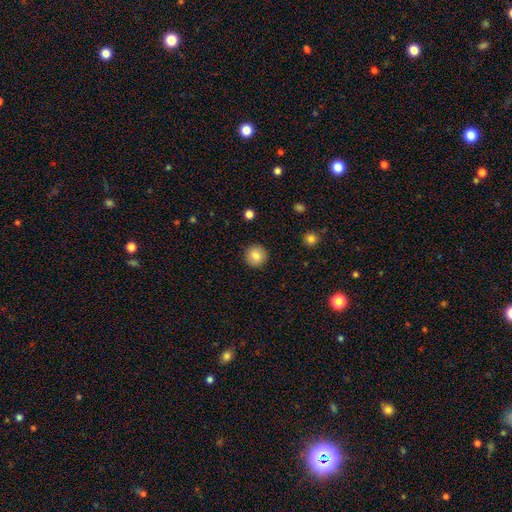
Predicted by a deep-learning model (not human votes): This is clearly a smooth galaxy (84%). How rounded: clearly round (94%). Merging: clearly none (91%).